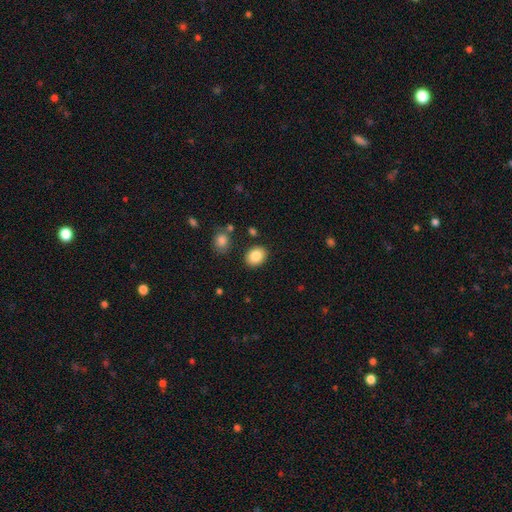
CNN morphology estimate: smooth_or_featured: smooth (p=0.86) [alt: star or artifact p=0.08]
how_rounded: in between (p=0.65) [alt: round p=0.34]
merging: none (p=0.86) [alt: minor disturbance p=0.09]